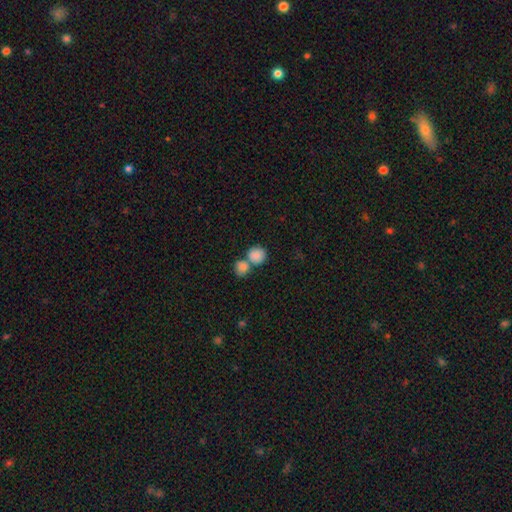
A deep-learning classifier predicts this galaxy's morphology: Smooth or featured: smooth — 86% (star or artifact — 8%)
How rounded: round — 83% (in between — 16%)
Merging: merger — 49% (none — 41%)